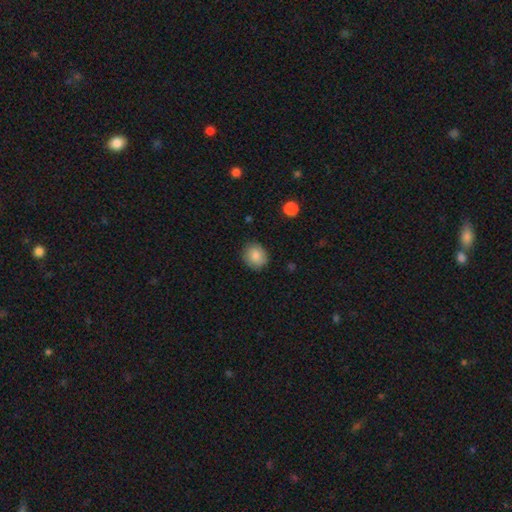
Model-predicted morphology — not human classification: type=smooth (85%); roundness=round (77%); merging=none (86%).